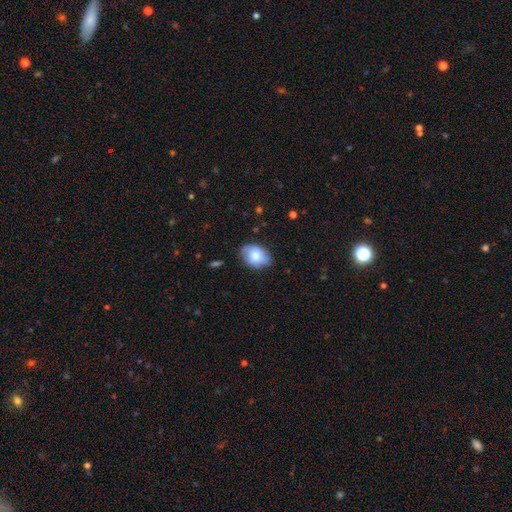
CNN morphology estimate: The model was most divided on "smooth or featured": smooth: 73%, featured or disk: 20%, star or artifact: 7%. More confident: how rounded — in between (79%); merging — none (76%).